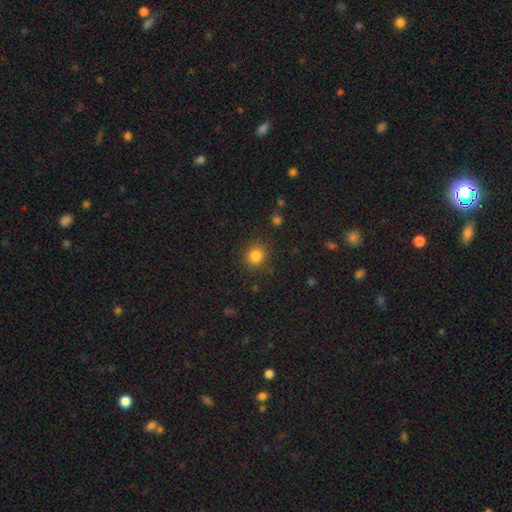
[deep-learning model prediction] smooth 83%, star or artifact 12%, featured or disk 5%. Down the decision tree: how rounded — round (85%); merging — none (88%).